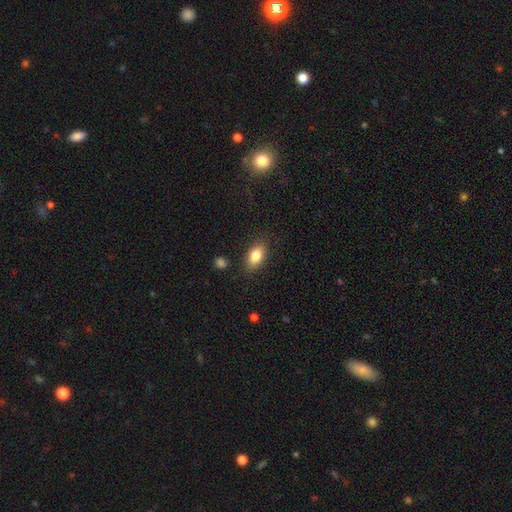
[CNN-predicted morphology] smooth_or_featured: smooth (p=0.83) [alt: featured or disk p=0.09]
how_rounded: in between (p=0.88) [alt: round p=0.08]
merging: none (p=0.84) [alt: minor disturbance p=0.11]